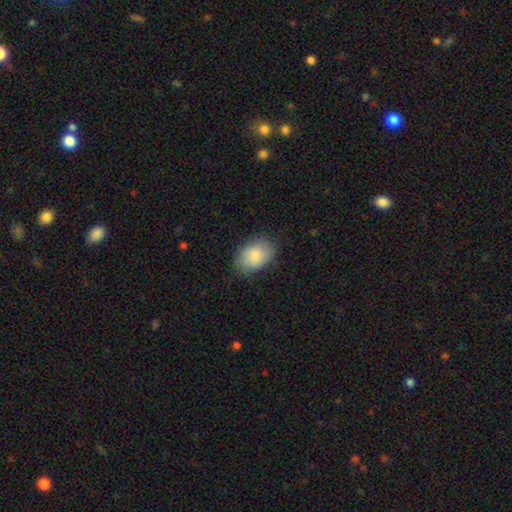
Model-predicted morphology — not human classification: The model was most divided on "merging": none: 77%, minor disturbance: 18%, major disturbance: 4%, merger: 1%. More confident: smooth or featured — smooth (86%); how rounded — in between (82%).